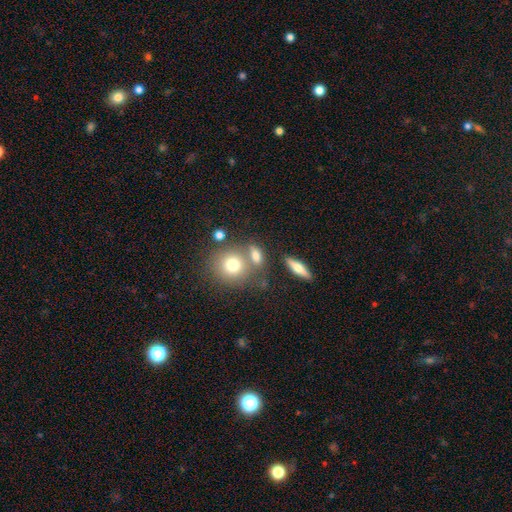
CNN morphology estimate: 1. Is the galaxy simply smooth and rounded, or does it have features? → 72% smooth, 15% featured or disk, 13% star or artifact.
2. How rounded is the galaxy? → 47% in between, 46% round, 8% cigar-shaped.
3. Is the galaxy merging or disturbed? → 57% none, 26% merger, 12% minor disturbance, 5% major disturbance.